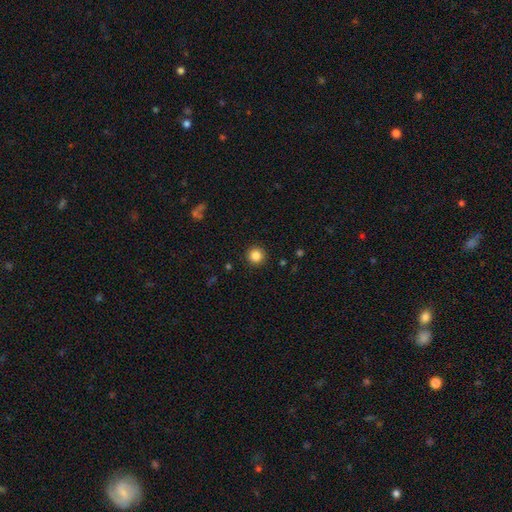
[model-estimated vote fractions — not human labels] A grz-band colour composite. It shows a smooth galaxy with no disk features (85%) that is round (96%). Merging: none (93%).